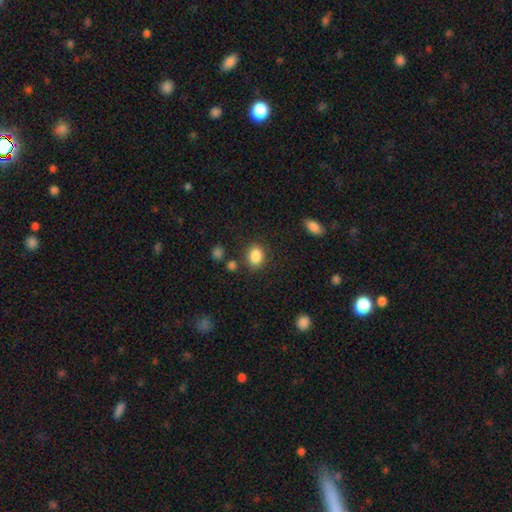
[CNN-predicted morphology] A smooth galaxy with no disk features (86%) that is in between round and cigar-shaped (58%).

Vote fractions:
- Smooth or featured? smooth: 86% / star or artifact: 9% / featured or disk: 5%
- How rounded? in between: 58% / round: 41% / cigar-shaped: 1%
- Merging? none: 80% / minor disturbance: 12% / merger: 4% / major disturbance: 4%